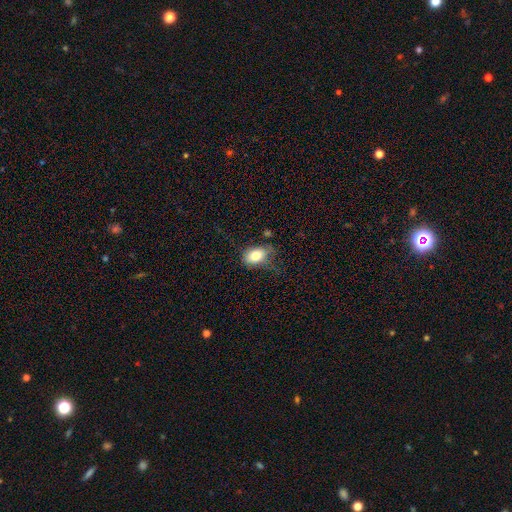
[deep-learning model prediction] Smooth or featured? smooth (80%)
How rounded? in between (85%)
Merging? none (55%)